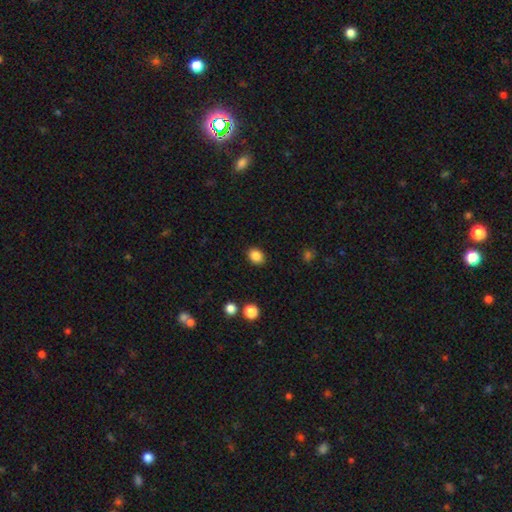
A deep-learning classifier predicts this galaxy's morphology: Overall: smooth (86%). How rounded: in between (58%; round 41%). Merging: none (89%).